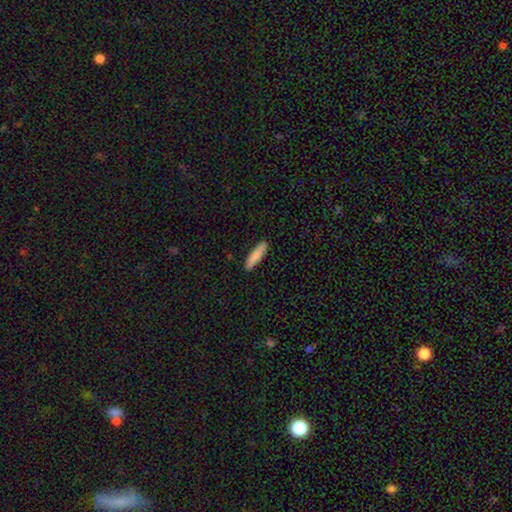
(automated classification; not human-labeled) Smooth or featured?
  - smooth: 86% *
  - featured or disk: 9%
  - star or artifact: 5%
How rounded?
  - cigar-shaped: 80% *
  - in between: 18%
  - round: 1%
Merging?
  - none: 90% *
  - minor disturbance: 7%
  - major disturbance: 2%
  - merger: 1%